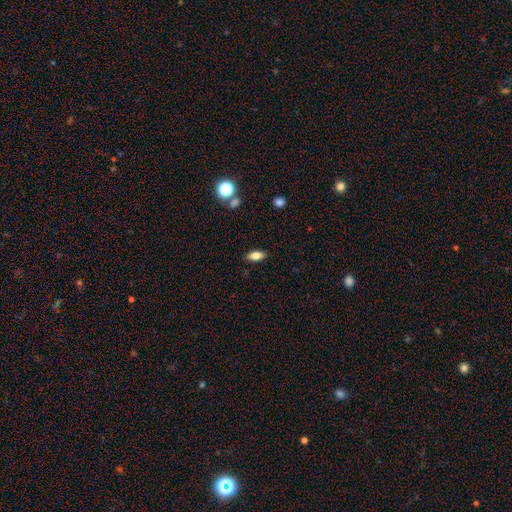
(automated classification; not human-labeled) Smooth or featured? smooth (79%)
How rounded? in between (85%)
Merging? none (88%)